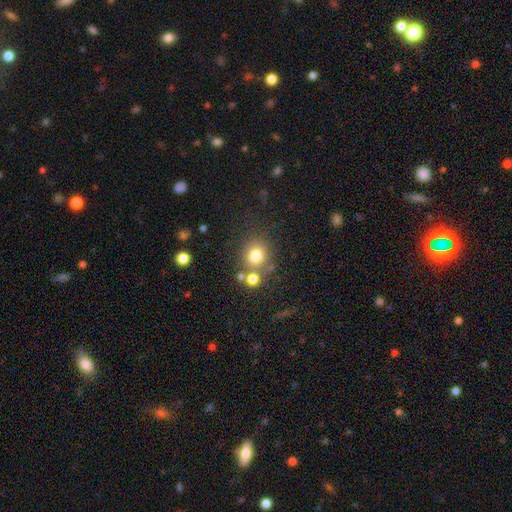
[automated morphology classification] Smooth or featured? Predicted: smooth (p=0.77). How rounded? Predicted: round (p=0.85). Merging? Predicted: none (p=0.67).